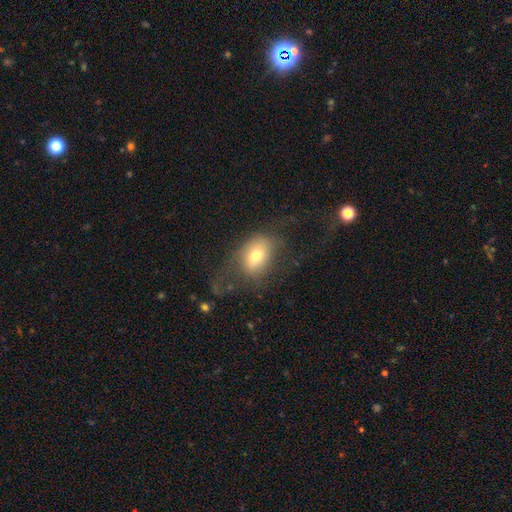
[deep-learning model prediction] smooth 66%, featured or disk 23%, star or artifact 10%. Down the decision tree: how rounded — in between (71%); merging — none (42%).